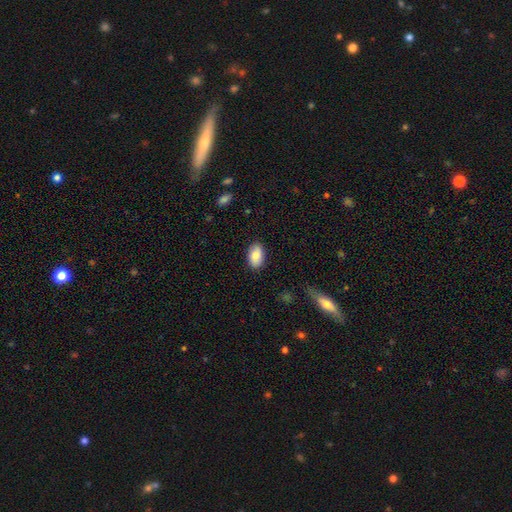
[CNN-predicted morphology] Q: Smooth or featured?
A: smooth (82%); runner-up: featured or disk (12%)
Q: How rounded?
A: in between (93%); runner-up: round (6%)
Q: Merging?
A: none (86%); runner-up: minor disturbance (11%)